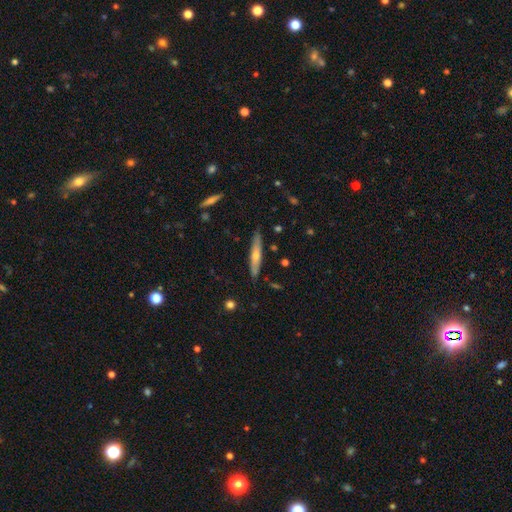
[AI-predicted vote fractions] A featured or disk galaxy (49%).

Vote fractions:
- Smooth or featured? featured or disk: 49% / smooth: 45% / star or artifact: 7%
- Merging? none: 86% / minor disturbance: 10% / major disturbance: 2% / merger: 2%